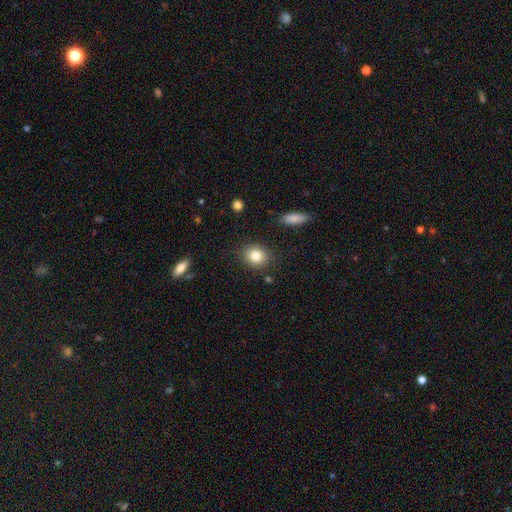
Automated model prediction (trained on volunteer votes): Smooth or featured?
  - smooth: 83% *
  - star or artifact: 9%
  - featured or disk: 8%
How rounded?
  - round: 59% *
  - in between: 40%
  - cigar-shaped: 1%
Merging?
  - none: 86% *
  - minor disturbance: 9%
  - major disturbance: 3%
  - merger: 2%